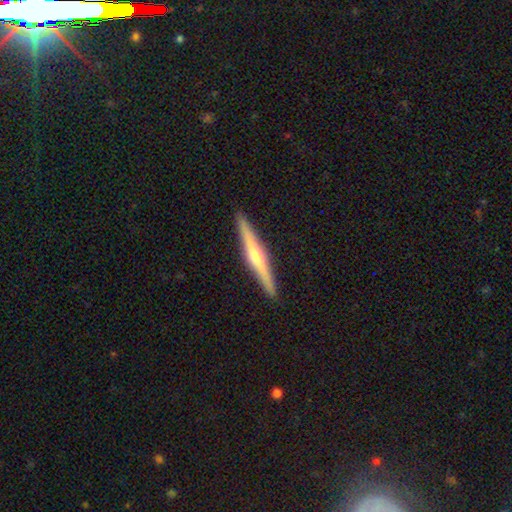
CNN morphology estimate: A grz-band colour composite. It shows a featured or disk galaxy (72%) viewed edge-on (98%) with a rounded central bulge (81%). Merging: none (92%).